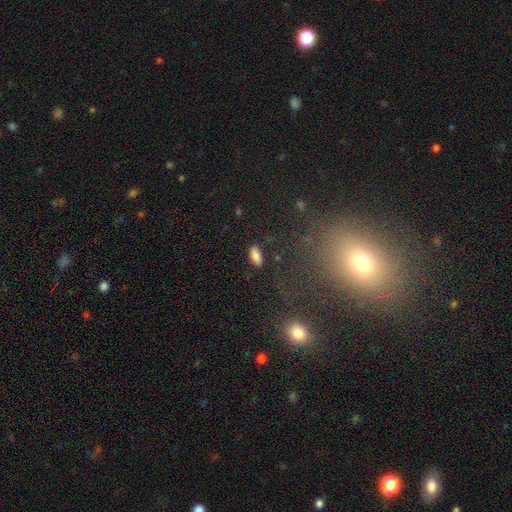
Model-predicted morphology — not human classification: type=smooth (84%); roundness=in between (88%); merging=none (85%).